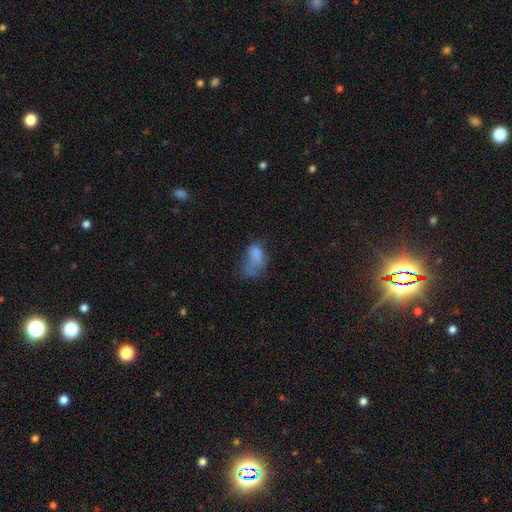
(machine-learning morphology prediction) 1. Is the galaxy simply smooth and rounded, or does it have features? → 67% smooth, 20% featured or disk, 13% star or artifact.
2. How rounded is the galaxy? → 88% in between, 10% round, 2% cigar-shaped.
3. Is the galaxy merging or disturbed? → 41% major disturbance, 27% minor disturbance, 25% none, 8% merger.